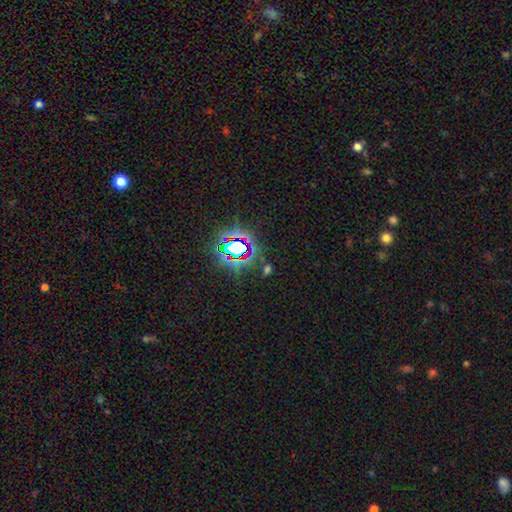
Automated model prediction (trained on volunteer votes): Morphology: type=star or artifact (80%).